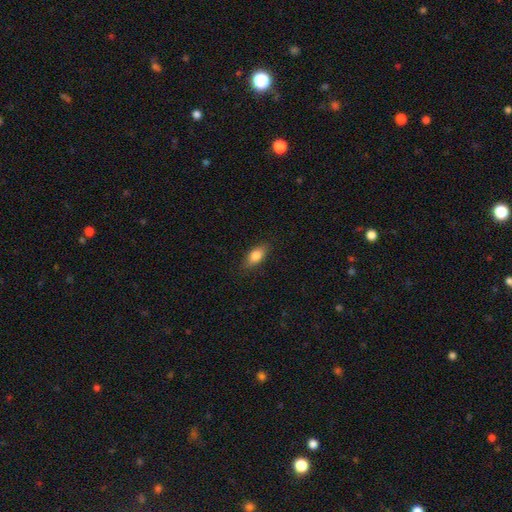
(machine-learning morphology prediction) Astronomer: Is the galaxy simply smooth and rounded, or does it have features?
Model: smooth — 82%.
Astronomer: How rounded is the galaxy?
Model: in between — 85%.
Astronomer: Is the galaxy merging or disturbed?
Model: none — 85%.